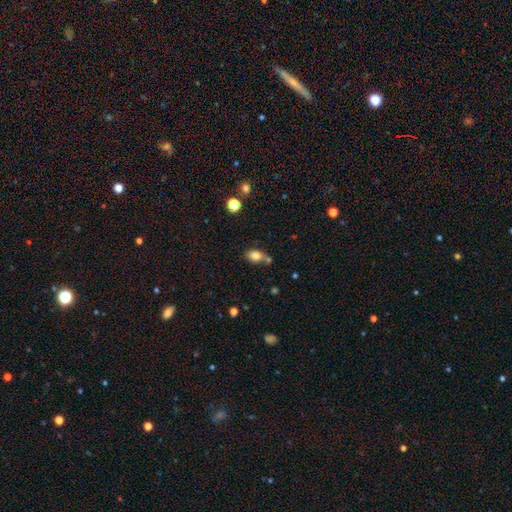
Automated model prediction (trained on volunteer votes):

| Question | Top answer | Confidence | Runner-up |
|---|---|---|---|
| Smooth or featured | smooth | 80% | star or artifact (10%) |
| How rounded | in between | 82% | round (16%) |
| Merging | none | 55% | merger (22%) |